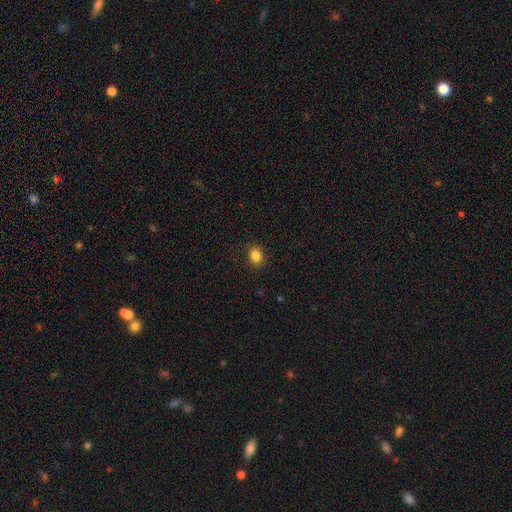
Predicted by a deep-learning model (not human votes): Smooth or featured?
  - smooth: 86% *
  - star or artifact: 10%
  - featured or disk: 4%
How rounded?
  - in between: 51% *
  - round: 48%
  - cigar-shaped: 1%
Merging?
  - none: 89% *
  - minor disturbance: 8%
  - major disturbance: 2%
  - merger: 1%